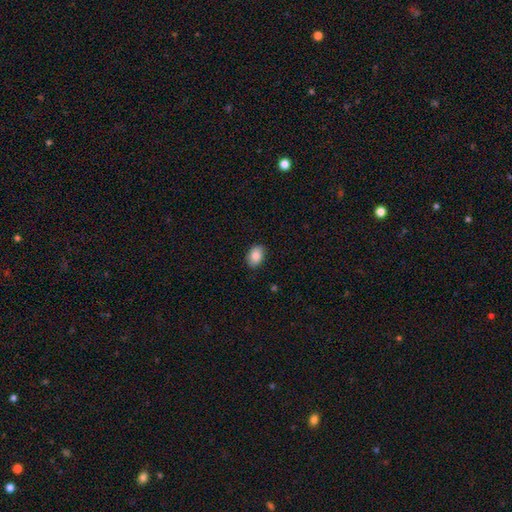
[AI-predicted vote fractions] Q: Smooth or featured?
A: smooth (88%); runner-up: star or artifact (7%)
Q: How rounded?
A: in between (80%); runner-up: round (19%)
Q: Merging?
A: none (86%); runner-up: minor disturbance (10%)